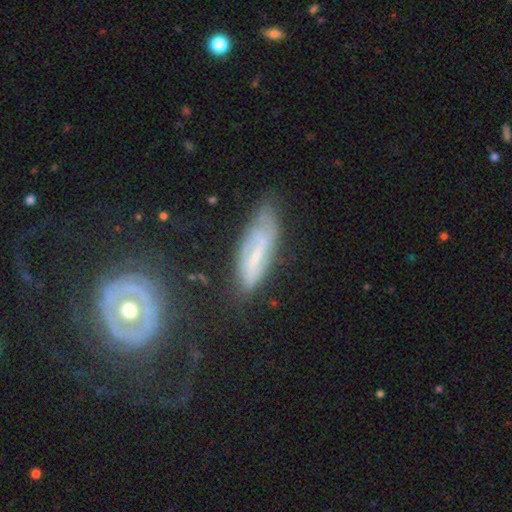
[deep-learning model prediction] smooth-or-featured: featured or disk: 65% | smooth: 26% | star or artifact: 9%
  disk-edge-on: no: 78% | yes: 22%
    bar: weak: 42% | strong: 32% | no: 26%
    has-spiral-arms: yes: 77% | no: 23%
    bulge-size: small: 55% | moderate: 26% | none: 16% | large: 2% | dominant: 1%
  merging: none: 53% | minor disturbance: 31% | major disturbance: 12% | merger: 4%